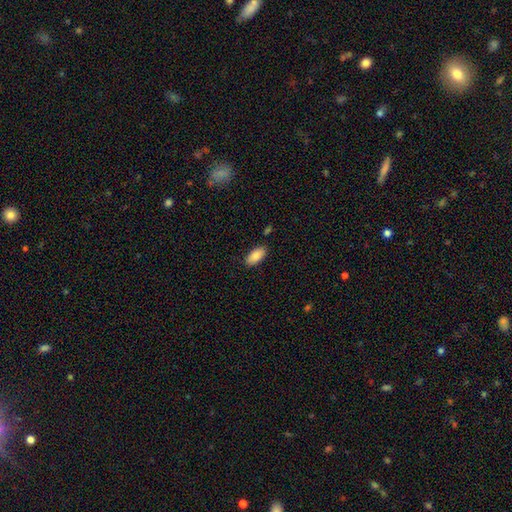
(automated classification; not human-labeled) Smooth or featured? Predicted: smooth (p=0.88). How rounded? Predicted: in between (p=0.92). Merging? Predicted: none (p=0.84).